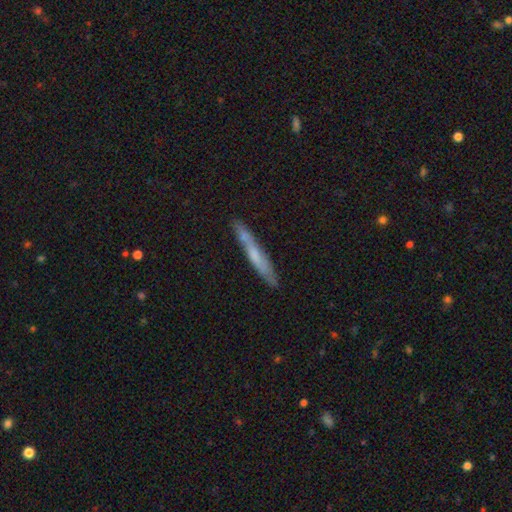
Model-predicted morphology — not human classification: Overall: smooth (53%; featured or disk 41%). How rounded: cigar-shaped (94%). Merging: none (78%).